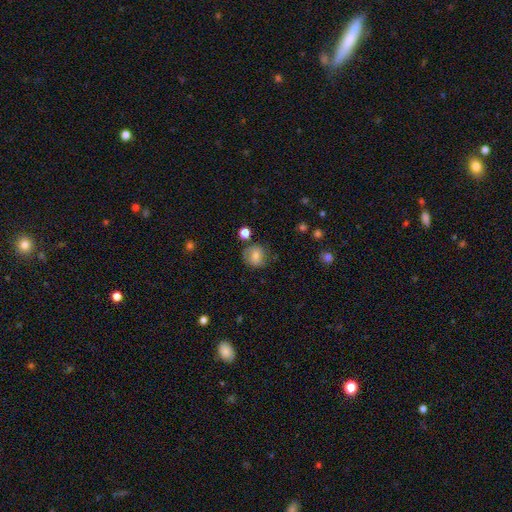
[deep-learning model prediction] smooth_or_featured: smooth (p=0.67) [alt: featured or disk p=0.23]
how_rounded: round (p=0.80) [alt: in between p=0.19]
merging: none (p=0.68) [alt: minor disturbance p=0.21]